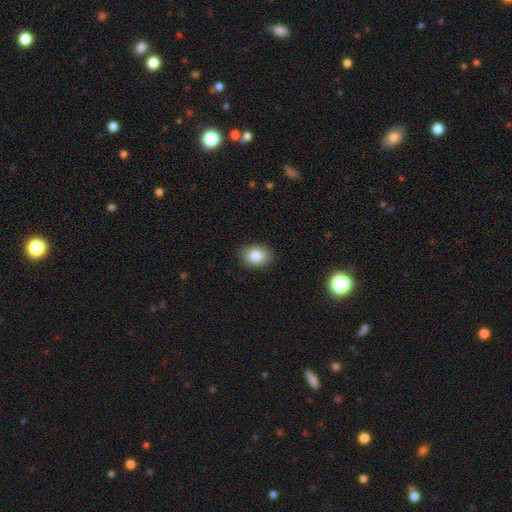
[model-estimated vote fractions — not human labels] Q: Smooth or featured?
A: smooth (84%); runner-up: star or artifact (9%)
Q: How rounded?
A: in between (66%); runner-up: round (33%)
Q: Merging?
A: none (89%); runner-up: minor disturbance (8%)